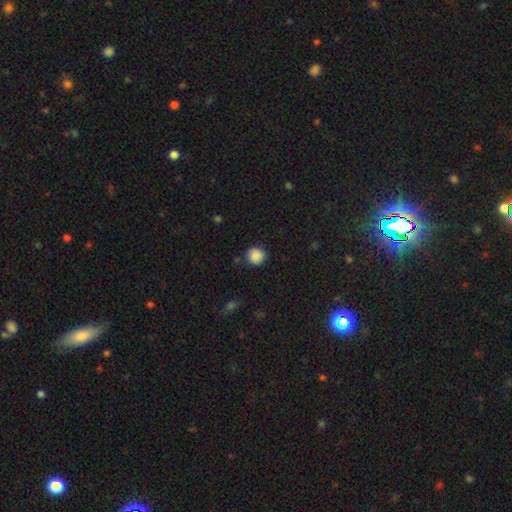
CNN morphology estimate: Overall: smooth (88%). How rounded: round (92%). Merging: none (87%).